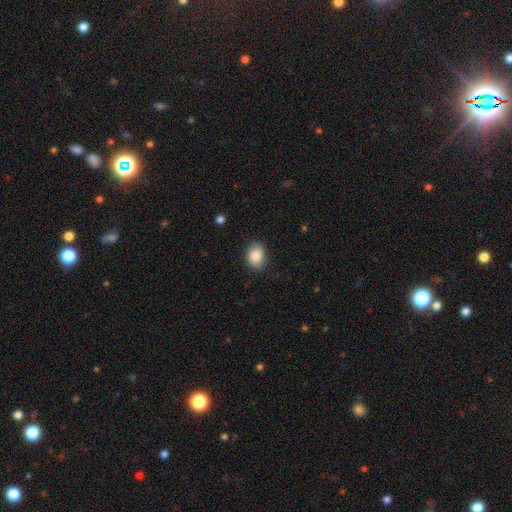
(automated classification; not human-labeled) Smooth or featured? smooth (86%)
How rounded? in between (64%)
Merging? none (80%)